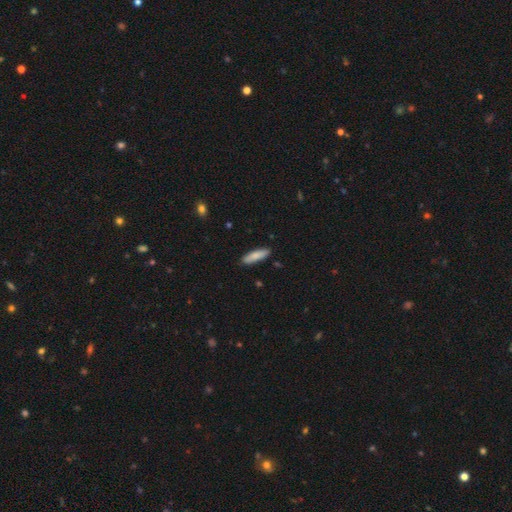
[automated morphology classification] Smooth or featured?
  - smooth: 82% *
  - featured or disk: 12%
  - star or artifact: 6%
How rounded?
  - cigar-shaped: 63% *
  - in between: 36%
  - round: 2%
Merging?
  - none: 88% *
  - minor disturbance: 9%
  - major disturbance: 2%
  - merger: 1%